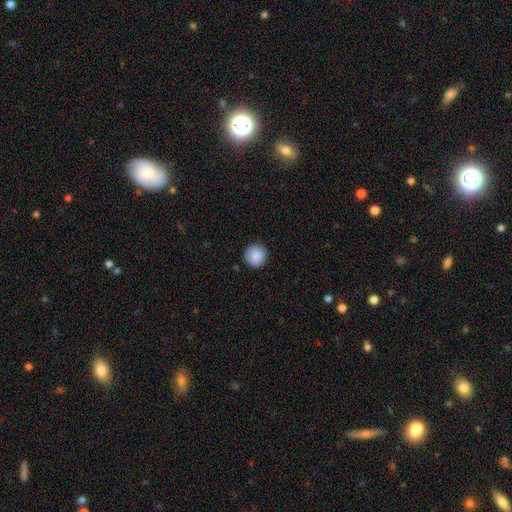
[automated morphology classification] smooth 87%, star or artifact 8%, featured or disk 5%. Down the decision tree: how rounded — round (94%); merging — none (90%).